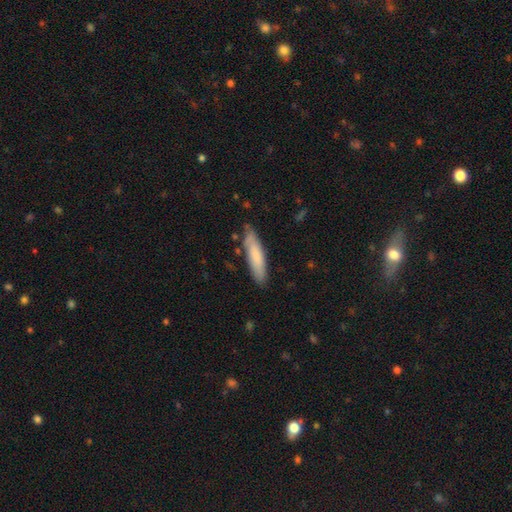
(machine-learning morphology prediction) A smooth galaxy with no disk features (76%) that is cigar-shaped (74%).

Vote fractions:
- Smooth or featured? smooth: 76% / featured or disk: 18% / star or artifact: 6%
- How rounded? cigar-shaped: 74% / in between: 24% / round: 1%
- Merging? none: 81% / minor disturbance: 15% / major disturbance: 2% / merger: 2%